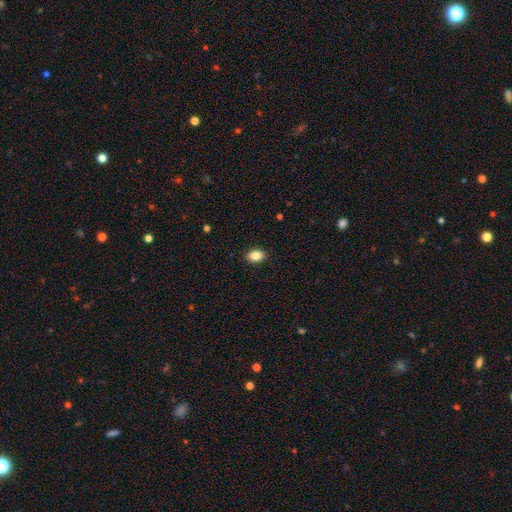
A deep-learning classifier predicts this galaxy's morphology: This appears to be a smooth galaxy with no disk features (85%) that is in between round and cigar-shaped (81%). Merging: none (89%).